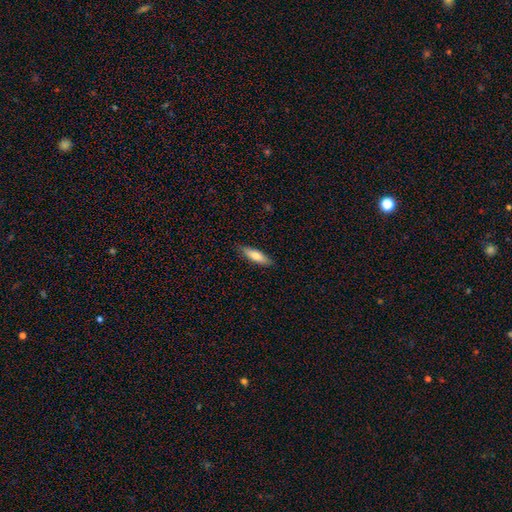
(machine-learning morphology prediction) Overall: smooth (71%). How rounded: cigar-shaped (59%; in between 39%). Merging: none (87%).